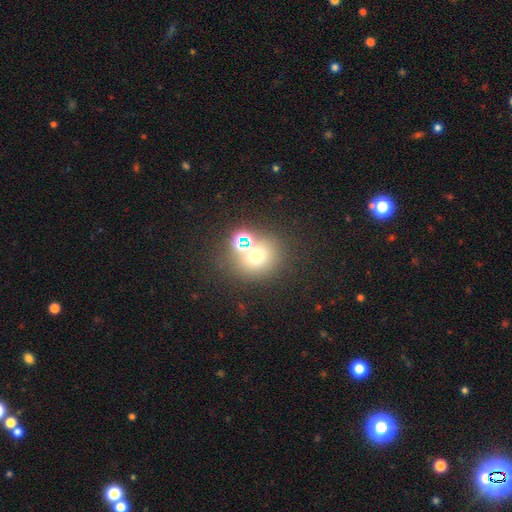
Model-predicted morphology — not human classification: type=smooth (61%); roundness=round (78%); merging=none (64%).